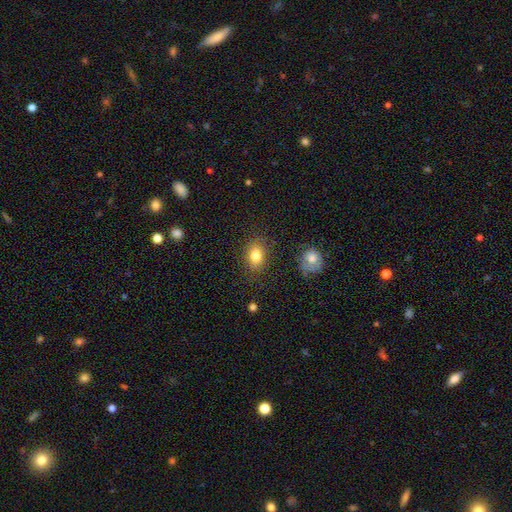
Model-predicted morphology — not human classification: Smooth or featured?
  - smooth: 82% *
  - star or artifact: 9%
  - featured or disk: 8%
How rounded?
  - in between: 72% *
  - round: 27%
  - cigar-shaped: 1%
Merging?
  - none: 82% *
  - minor disturbance: 12%
  - major disturbance: 3%
  - merger: 2%